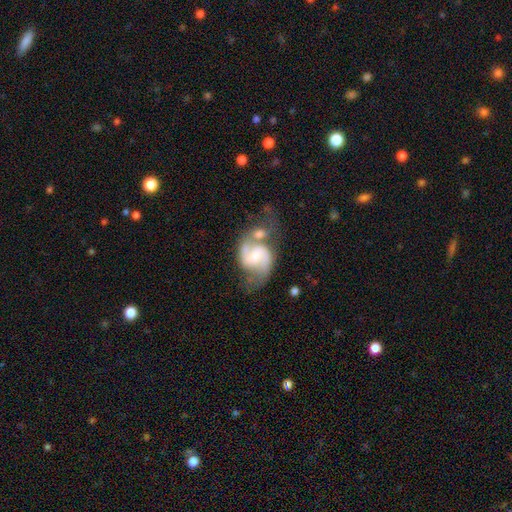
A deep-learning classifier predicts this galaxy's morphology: Smooth or featured? Predicted: featured or disk (p=0.85). Edge-on disk? Predicted: no (p=0.98). Bar? Predicted: weak (p=0.49). Spiral arms? Predicted: yes (p=0.96). Spiral winding? Predicted: medium (p=0.55). Spiral arm count? Predicted: 2 (p=0.91). Bulge size? Predicted: moderate (p=0.49). Merging? Predicted: merger (p=0.38).